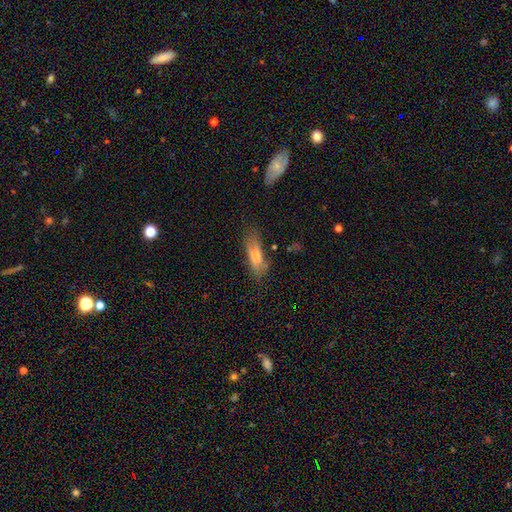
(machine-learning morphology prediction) The model was most divided on "how rounded": in between: 52%, cigar-shaped: 45%, round: 3%. More confident: merging — none (66%); smooth or featured — smooth (58%).